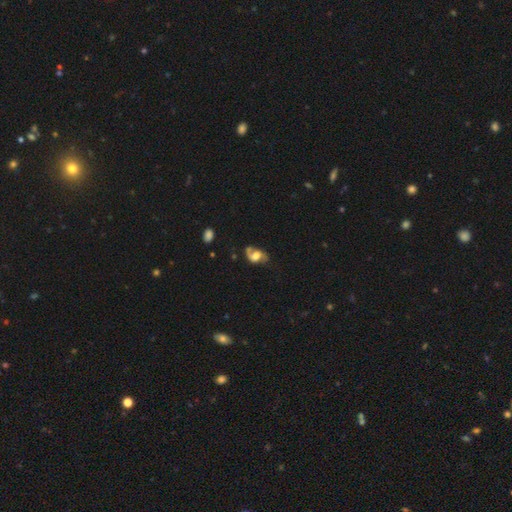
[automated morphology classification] This appears to be a featured or disk galaxy (62%) with no bar (55%), spiral arms (82%) and a large central bulge (43%). Merging: none (53%).